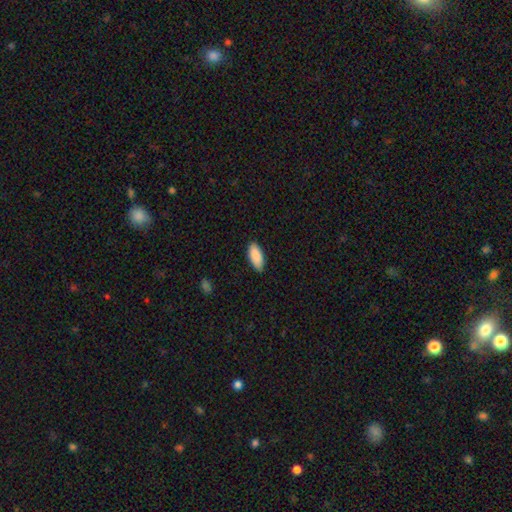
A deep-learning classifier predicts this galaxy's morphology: A smooth galaxy with no disk features (90%) that is in between round and cigar-shaped (85%).

Vote fractions:
- Smooth or featured? smooth: 90% / star or artifact: 6% / featured or disk: 4%
- How rounded? in between: 85% / cigar-shaped: 13% / round: 2%
- Merging? none: 87% / minor disturbance: 11% / major disturbance: 2% / merger: 1%